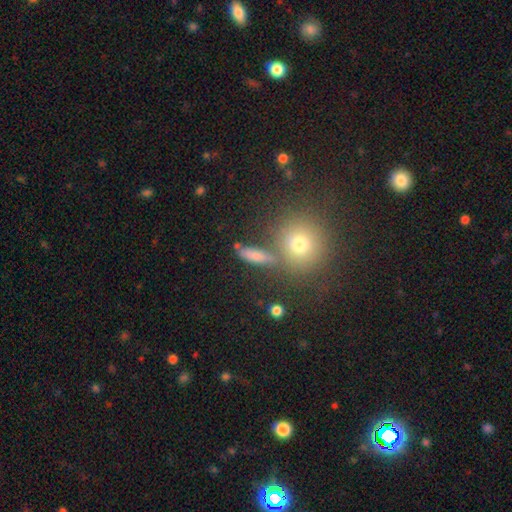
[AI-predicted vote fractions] Smooth or featured?
  - smooth: 72% *
  - star or artifact: 14%
  - featured or disk: 14%
How rounded?
  - in between: 40% *
  - cigar-shaped: 39%
  - round: 21%
Merging?
  - none: 67% *
  - merger: 13%
  - minor disturbance: 13%
  - major disturbance: 6%